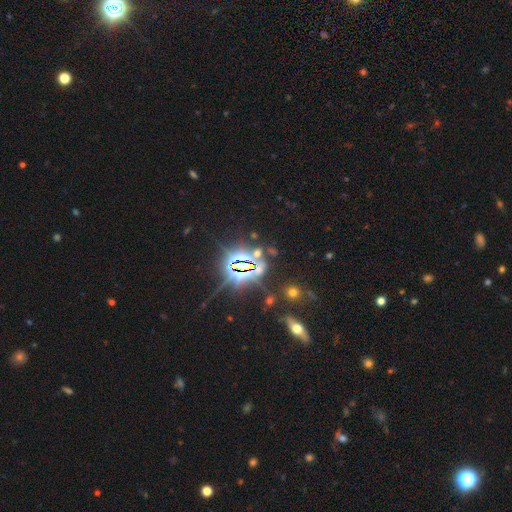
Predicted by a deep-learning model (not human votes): smooth-or-featured: star or artifact: 78% | featured or disk: 11% | smooth: 11%